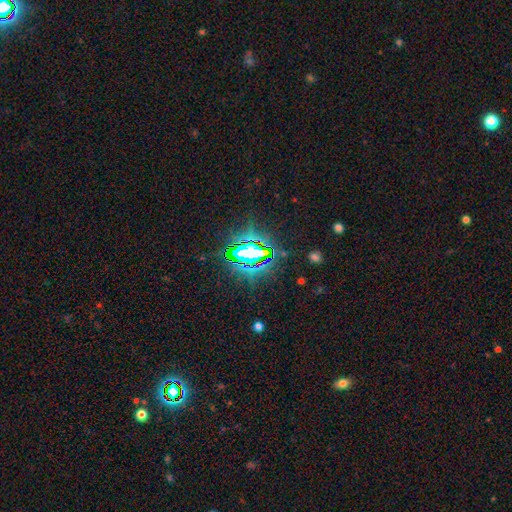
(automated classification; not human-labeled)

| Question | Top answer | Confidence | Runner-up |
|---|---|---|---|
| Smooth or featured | star or artifact | 81% | smooth (10%) |